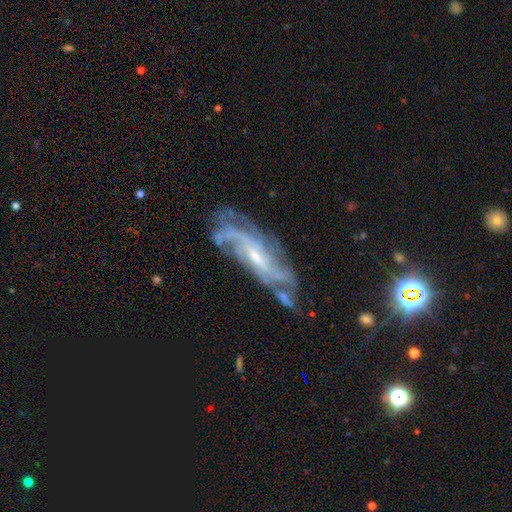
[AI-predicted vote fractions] Q: Smooth or featured?
A: featured or disk (86%); runner-up: star or artifact (8%)
Q: Edge-on disk?
A: no (88%); runner-up: yes (12%)
Q: Bar?
A: no (48%); runner-up: weak (39%)
Q: Spiral arms?
A: yes (96%); runner-up: no (4%)
Q: Spiral winding?
A: tight (44%); runner-up: medium (41%)
Q: Spiral arm count?
A: can't tell (28%); runner-up: 4 (22%)
Q: Bulge size?
A: small (67%); runner-up: moderate (26%)
Q: Merging?
A: none (66%); runner-up: minor disturbance (20%)